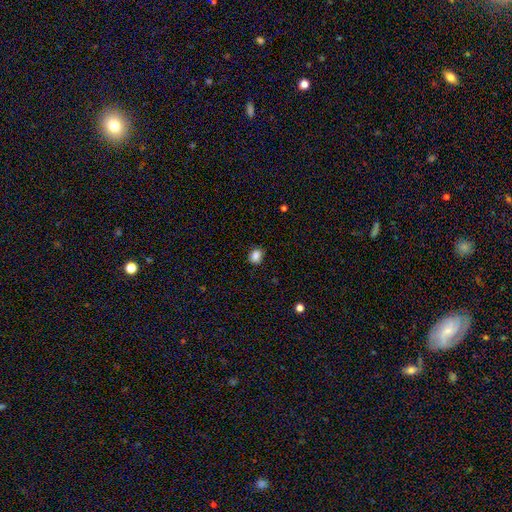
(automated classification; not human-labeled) Smooth or featured? Predicted: smooth (p=0.85). How rounded? Predicted: round (p=0.59). Merging? Predicted: none (p=0.85).